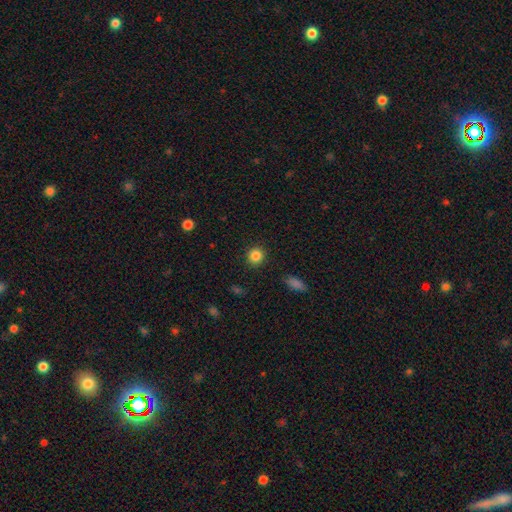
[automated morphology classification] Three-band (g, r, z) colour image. It shows a smooth galaxy with no disk features (85%) that is round (91%). Merging: none (91%).